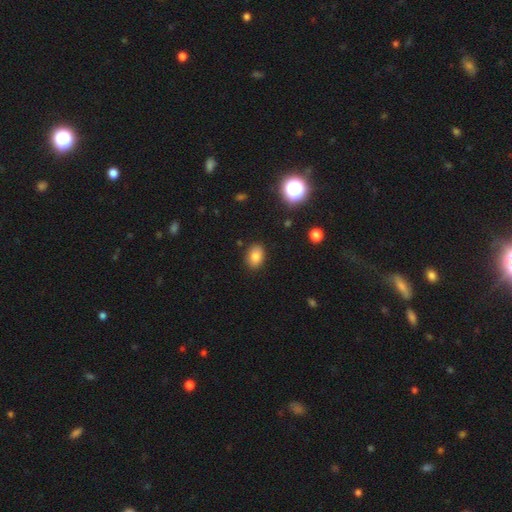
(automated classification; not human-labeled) Morphology: type=smooth (82%); roundness=in between (78%); merging=none (87%).